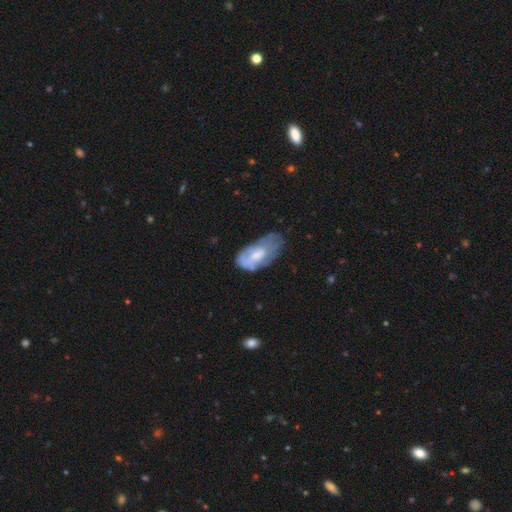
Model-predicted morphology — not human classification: Q: Smooth or featured?
A: featured or disk (47%); runner-up: smooth (46%)
Q: Merging?
A: none (40%); runner-up: minor disturbance (36%)